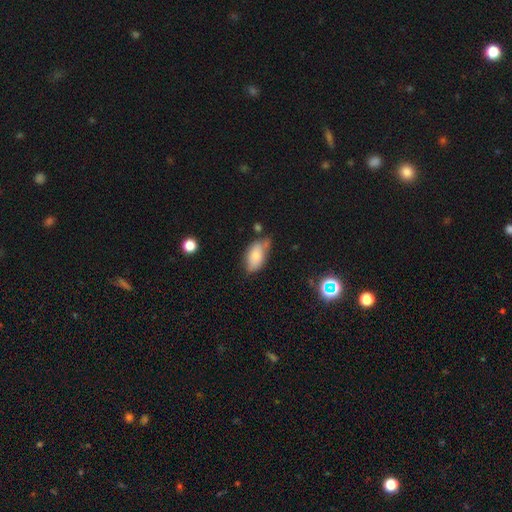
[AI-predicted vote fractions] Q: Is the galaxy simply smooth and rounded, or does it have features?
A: smooth — 75%.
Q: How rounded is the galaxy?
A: in between — 92%.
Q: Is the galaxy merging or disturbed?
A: none — 52%.